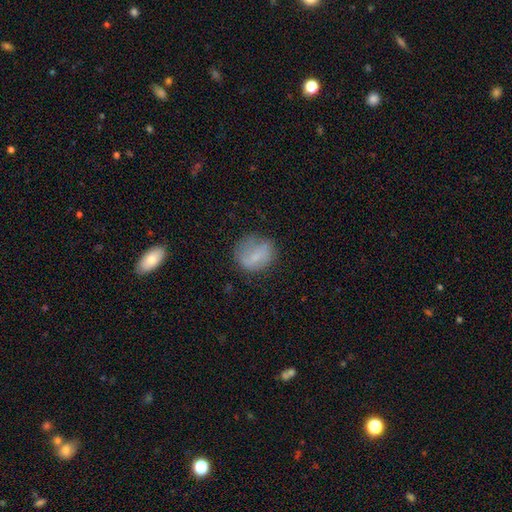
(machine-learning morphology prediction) A smooth galaxy with no disk features (64%) that is round (66%). Merging: none (62%).